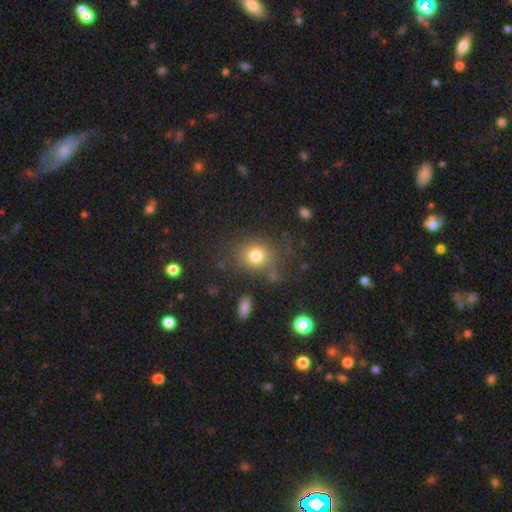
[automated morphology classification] This appears to be a smooth galaxy with no disk features (77%) that is round (73%). Merging: none (73%).